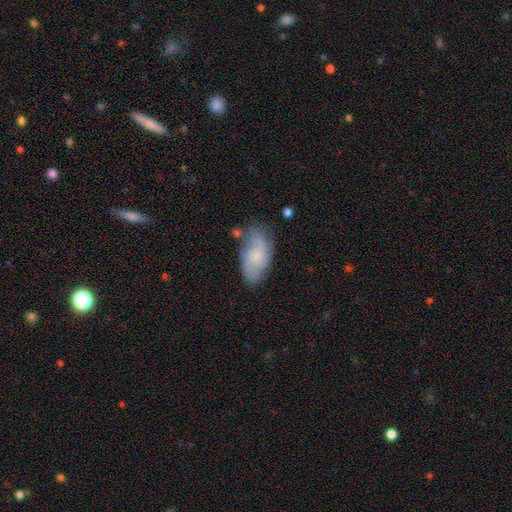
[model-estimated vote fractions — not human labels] Smooth or featured? Predicted: featured or disk (p=0.54). Edge-on disk? Predicted: no (p=0.94). Bar? Predicted: no (p=0.66). Spiral arms? Predicted: yes (p=0.87). Bulge size? Predicted: small (p=0.49). Merging? Predicted: none (p=0.66).